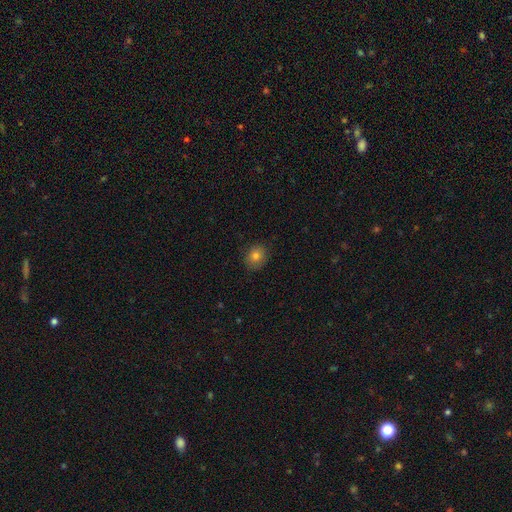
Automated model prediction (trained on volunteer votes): Smooth or featured? smooth (80%)
How rounded? round (68%)
Merging? none (84%)